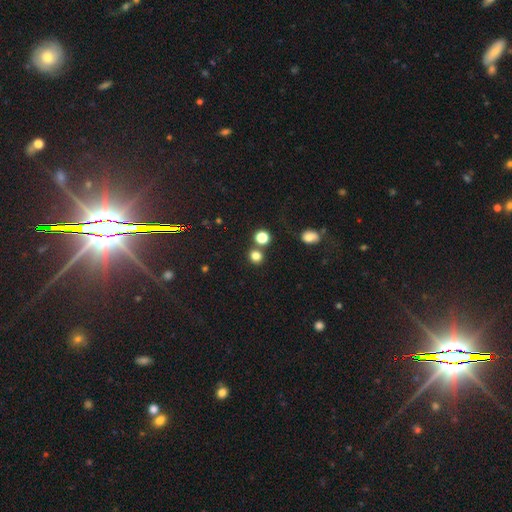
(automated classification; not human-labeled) Smooth or featured: smooth — 79% (star or artifact — 16%)
How rounded: round — 85% (in between — 14%)
Merging: none — 74% (merger — 15%)